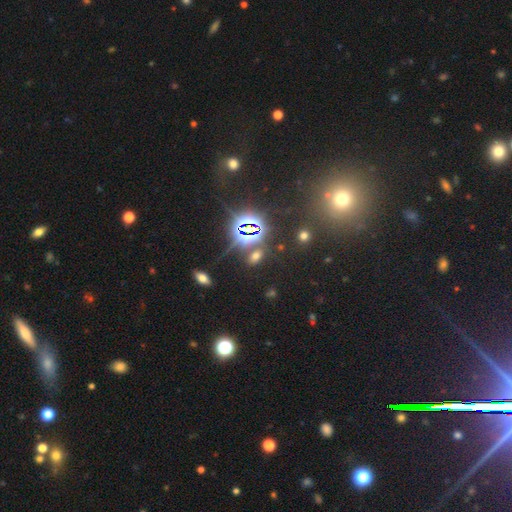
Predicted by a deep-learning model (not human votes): Smooth or featured? star or artifact (48%)